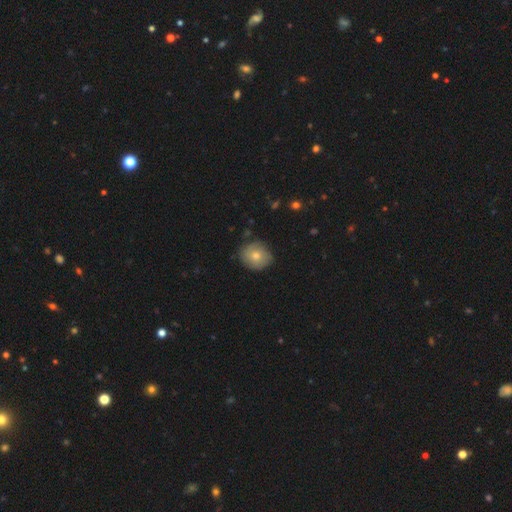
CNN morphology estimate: smooth 68%, featured or disk 25%, star or artifact 7%. Down the decision tree: how rounded — round (75%); merging — none (76%).